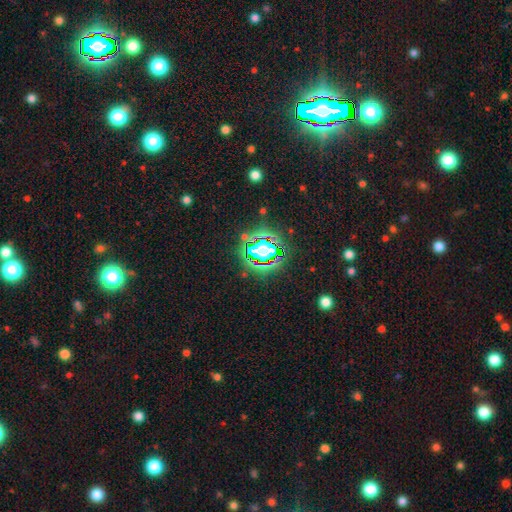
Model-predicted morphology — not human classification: Smooth or featured: star or artifact — 81% (smooth — 12%)